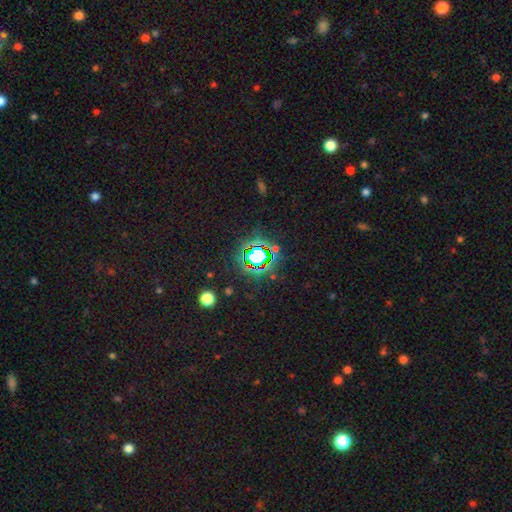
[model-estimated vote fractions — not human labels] Overall: star or artifact (73%).